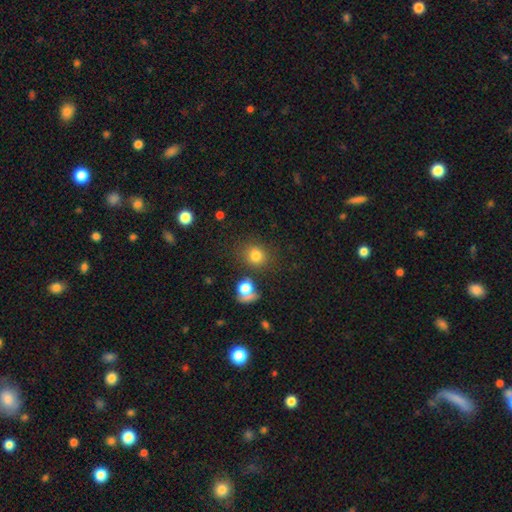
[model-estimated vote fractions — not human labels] Q: Smooth or featured?
A: smooth (78%); runner-up: star or artifact (15%)
Q: How rounded?
A: round (79%); runner-up: in between (20%)
Q: Merging?
A: none (75%); runner-up: minor disturbance (11%)